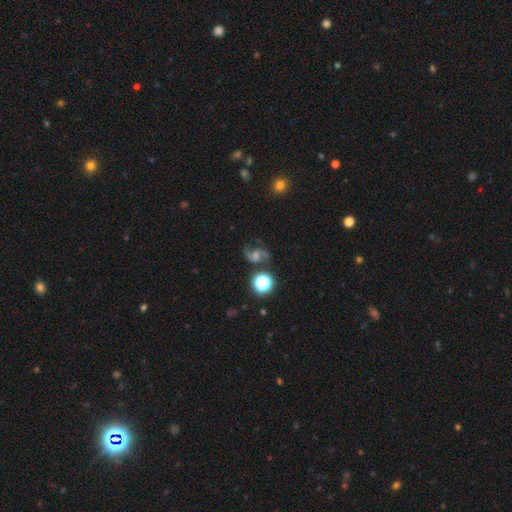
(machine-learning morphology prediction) This appears to be a featured or disk galaxy (69%) with no bar (49%), 2 (91%) loose (51%) spiral arms (95%) and a moderate central bulge (41%). Merging: none (72%).